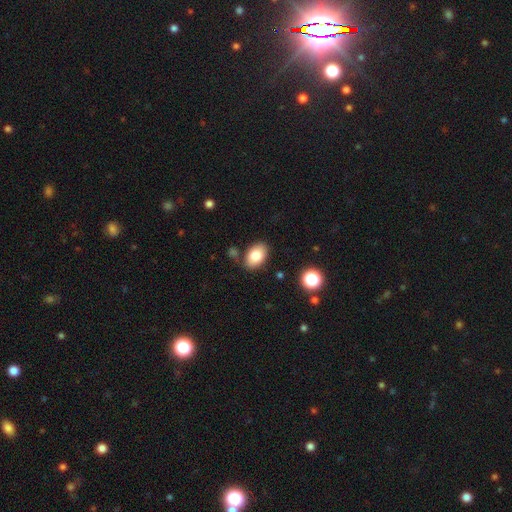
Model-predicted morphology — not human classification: Smooth or featured? Predicted: smooth (p=0.81). How rounded? Predicted: in between (p=0.88). Merging? Predicted: none (p=0.80).